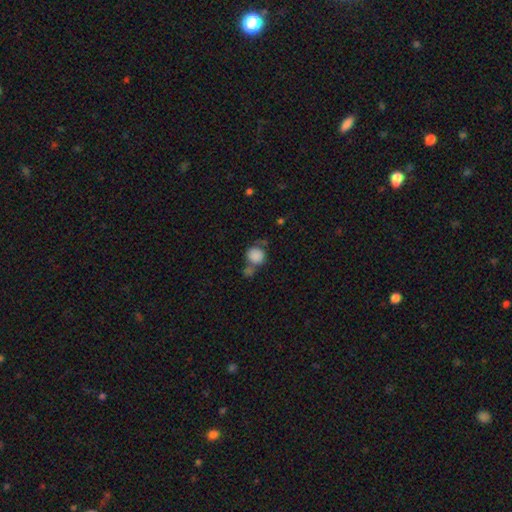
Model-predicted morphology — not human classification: A smooth galaxy with no disk features (85%) that is round (84%). Merging: none (46%).